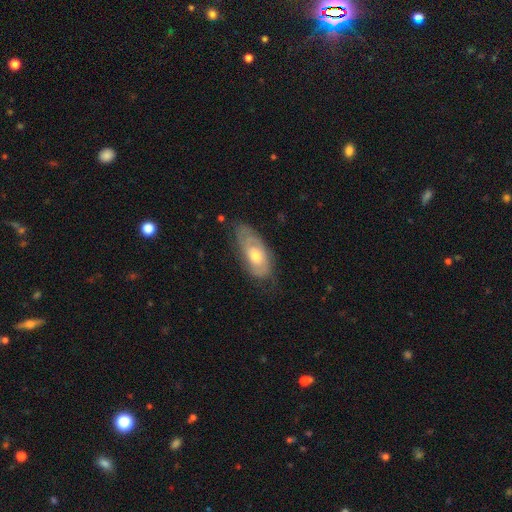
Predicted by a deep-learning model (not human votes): smooth-or-featured: featured or disk: 60% | smooth: 34% | star or artifact: 6%
  disk-edge-on: no: 87% | yes: 13%
    bar: no: 78% | weak: 19% | strong: 3%
    has-spiral-arms: yes: 74% | no: 26%
    bulge-size: moderate: 68% | small: 22% | large: 8% | none: 1% | dominant: 1%
  merging: none: 58% | minor disturbance: 29% | major disturbance: 11% | merger: 2%